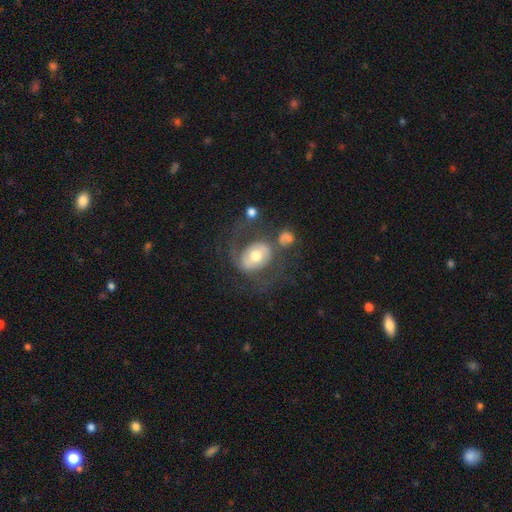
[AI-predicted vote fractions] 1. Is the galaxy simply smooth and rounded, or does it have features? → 63% featured or disk, 31% smooth, 6% star or artifact.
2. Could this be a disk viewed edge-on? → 96% no, 4% yes.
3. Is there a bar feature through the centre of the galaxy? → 53% no, 31% weak, 16% strong.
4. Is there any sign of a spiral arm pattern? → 68% yes, 32% no.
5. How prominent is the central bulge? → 72% moderate, 14% large, 10% small, 2% dominant, 1% none.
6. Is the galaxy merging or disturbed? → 45% none, 25% major disturbance, 17% minor disturbance, 13% merger.